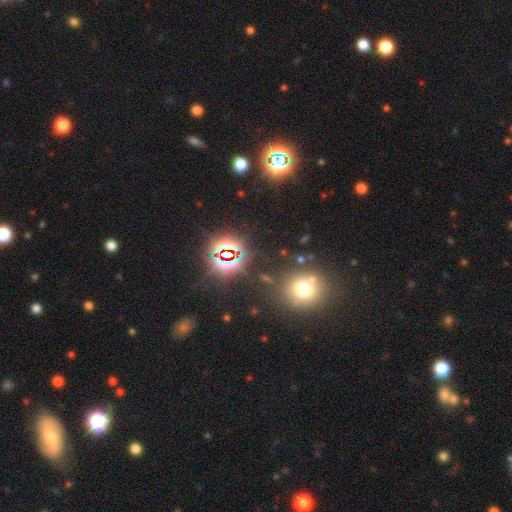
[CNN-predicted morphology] This appears to be a star or artifact, not a galaxy (53%).